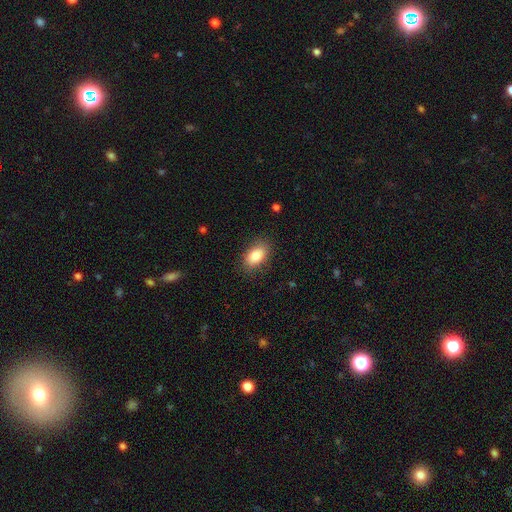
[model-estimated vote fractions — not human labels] smooth_or_featured: smooth (p=0.85) [alt: featured or disk p=0.08]
how_rounded: in between (p=0.90) [alt: round p=0.08]
merging: none (p=0.83) [alt: minor disturbance p=0.12]